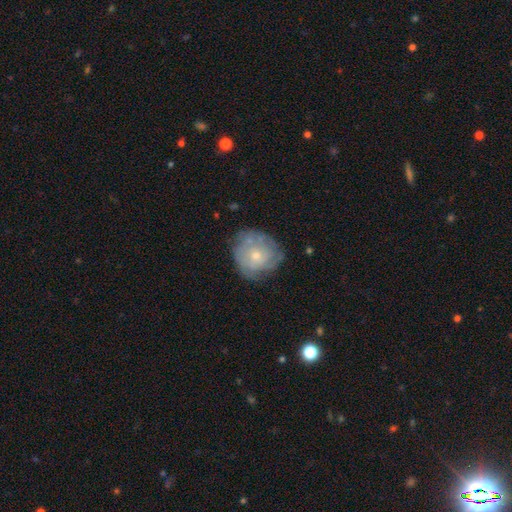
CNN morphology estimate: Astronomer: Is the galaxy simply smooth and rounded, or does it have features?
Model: featured or disk — 61%.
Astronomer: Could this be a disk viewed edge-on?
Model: no — 97%.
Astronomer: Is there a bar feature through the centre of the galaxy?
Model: no — 84%.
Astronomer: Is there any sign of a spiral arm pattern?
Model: yes — 71%.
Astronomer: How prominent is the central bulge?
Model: small — 57% (runner-up: moderate, 38%).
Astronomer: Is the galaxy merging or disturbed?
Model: none — 67%.